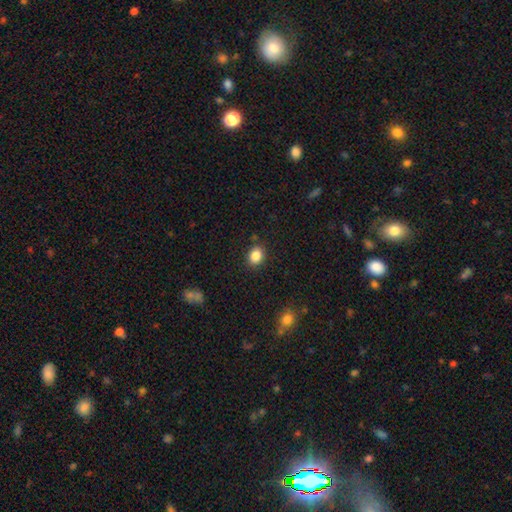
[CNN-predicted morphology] A smooth galaxy with no disk features (86%) that is in between round and cigar-shaped (52%). Merging: none (86%).